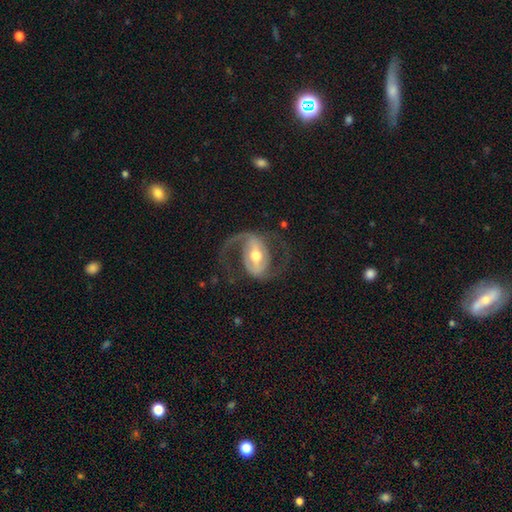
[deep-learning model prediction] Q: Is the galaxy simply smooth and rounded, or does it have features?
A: featured or disk — 88%.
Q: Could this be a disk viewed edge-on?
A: no — 97%.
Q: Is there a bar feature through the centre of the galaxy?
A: strong — 46%.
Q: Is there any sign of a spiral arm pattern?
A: yes — 94%.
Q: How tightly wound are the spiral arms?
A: medium — 51%.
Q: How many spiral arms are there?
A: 2 — 88%.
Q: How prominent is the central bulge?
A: moderate — 71%.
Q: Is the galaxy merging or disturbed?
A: none — 69%.